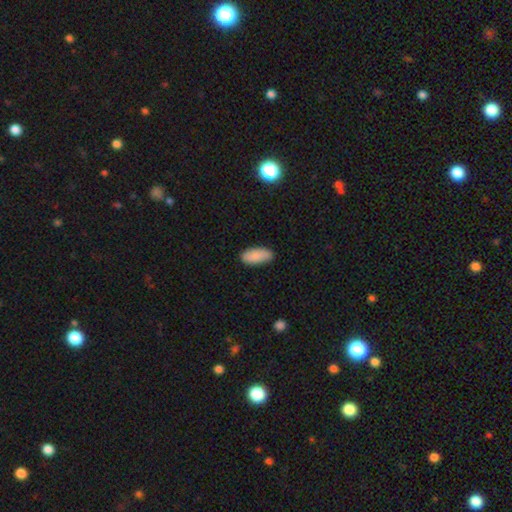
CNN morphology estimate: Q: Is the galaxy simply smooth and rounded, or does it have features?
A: smooth — 86%.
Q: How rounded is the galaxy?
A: in between — 89%.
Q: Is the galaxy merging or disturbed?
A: none — 83%.